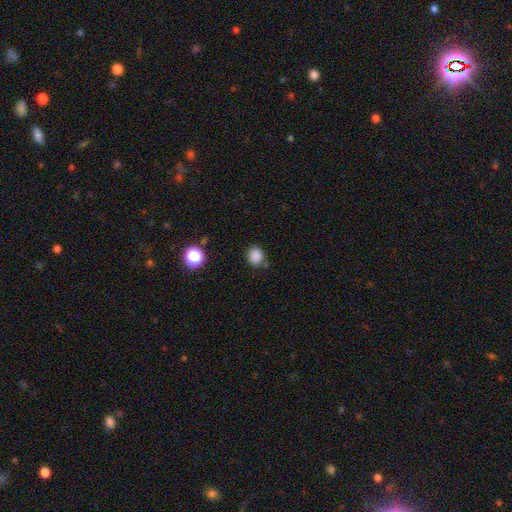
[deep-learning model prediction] A smooth galaxy with no disk features (84%) that is round (74%).

Vote fractions:
- Smooth or featured? smooth: 84% / star or artifact: 12% / featured or disk: 4%
- How rounded? round: 74% / in between: 25% / cigar-shaped: 1%
- Merging? none: 80% / minor disturbance: 13% / merger: 4% / major disturbance: 3%